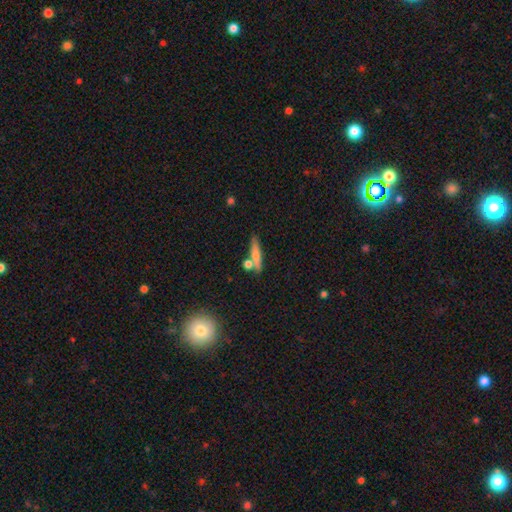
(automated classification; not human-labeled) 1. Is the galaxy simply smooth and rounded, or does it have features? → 71% smooth, 22% featured or disk, 8% star or artifact.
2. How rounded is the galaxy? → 82% cigar-shaped, 14% in between, 4% round.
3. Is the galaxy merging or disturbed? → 68% none, 16% merger, 13% minor disturbance, 4% major disturbance.